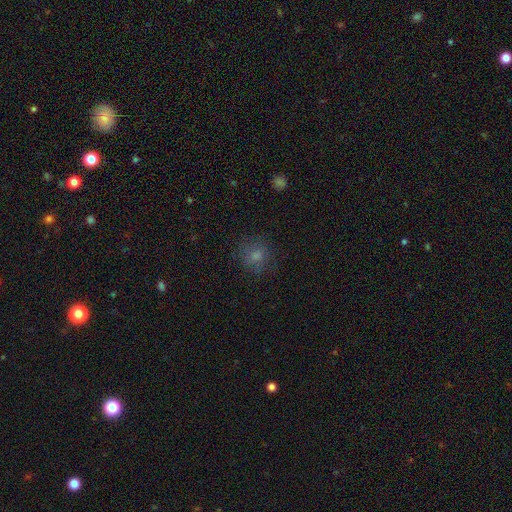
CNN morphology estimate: The model was most divided on "smooth or featured": smooth: 74%, star or artifact: 15%, featured or disk: 11%. More confident: how rounded — round (82%); merging — none (77%).